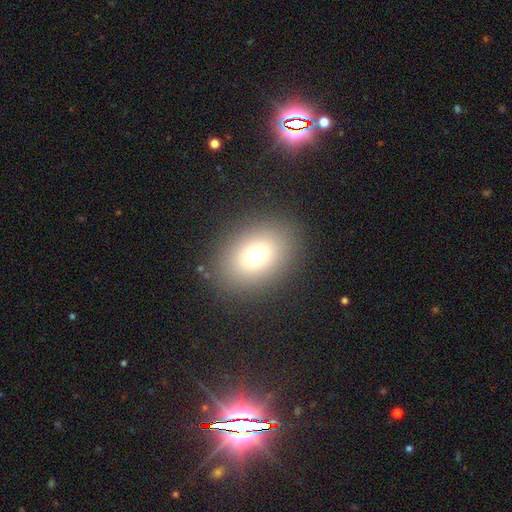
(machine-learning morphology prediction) smooth 73%, star or artifact 14%, featured or disk 13%. Down the decision tree: how rounded — in between (65%); merging — none (86%).